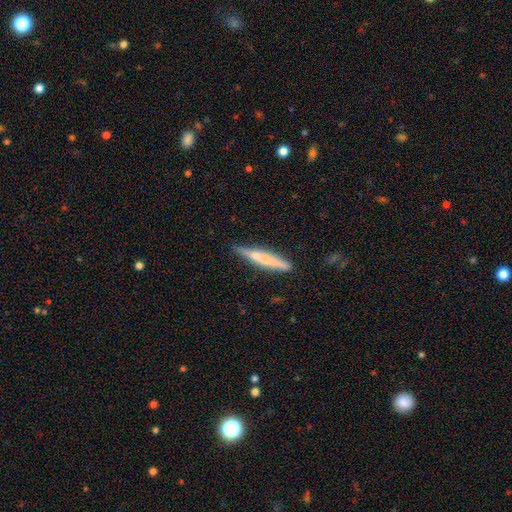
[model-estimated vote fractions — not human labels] Q: Smooth or featured?
A: smooth (51%); runner-up: featured or disk (42%)
Q: How rounded?
A: cigar-shaped (91%); runner-up: in between (7%)
Q: Merging?
A: none (81%); runner-up: minor disturbance (14%)